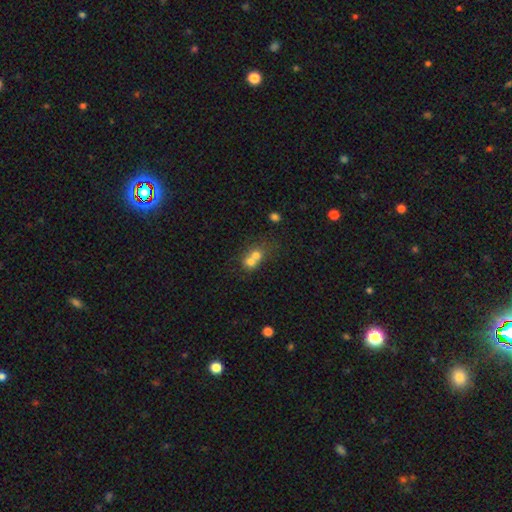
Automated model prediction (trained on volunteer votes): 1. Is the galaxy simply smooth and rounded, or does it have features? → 67% smooth, 20% featured or disk, 12% star or artifact.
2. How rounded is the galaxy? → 73% round, 25% in between, 1% cigar-shaped.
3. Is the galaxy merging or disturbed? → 70% merger, 22% none, 5% minor disturbance, 3% major disturbance.